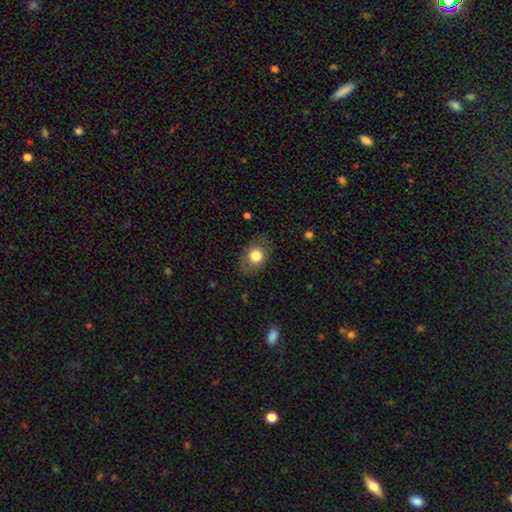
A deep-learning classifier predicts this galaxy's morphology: Q: Smooth or featured?
A: smooth (77%); runner-up: featured or disk (15%)
Q: How rounded?
A: in between (66%); runner-up: round (33%)
Q: Merging?
A: none (77%); runner-up: minor disturbance (16%)